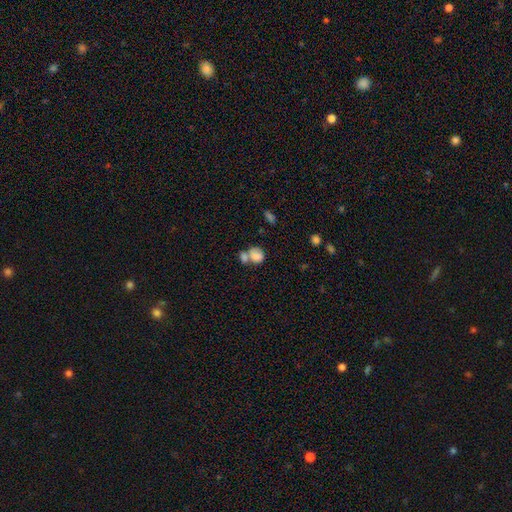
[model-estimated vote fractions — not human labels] Q: Smooth or featured?
A: smooth (76%); runner-up: featured or disk (15%)
Q: How rounded?
A: round (54%); runner-up: in between (45%)
Q: Merging?
A: merger (57%); runner-up: none (25%)